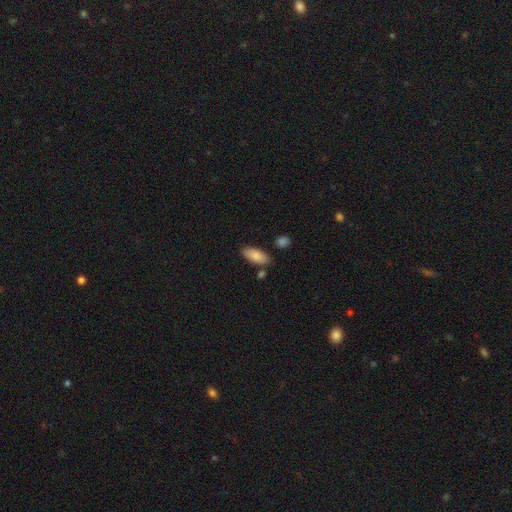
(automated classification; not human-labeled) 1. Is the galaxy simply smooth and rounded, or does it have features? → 85% smooth, 9% featured or disk, 6% star or artifact.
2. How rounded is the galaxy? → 88% in between, 10% cigar-shaped, 2% round.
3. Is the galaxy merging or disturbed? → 80% none, 12% minor disturbance, 5% merger, 3% major disturbance.